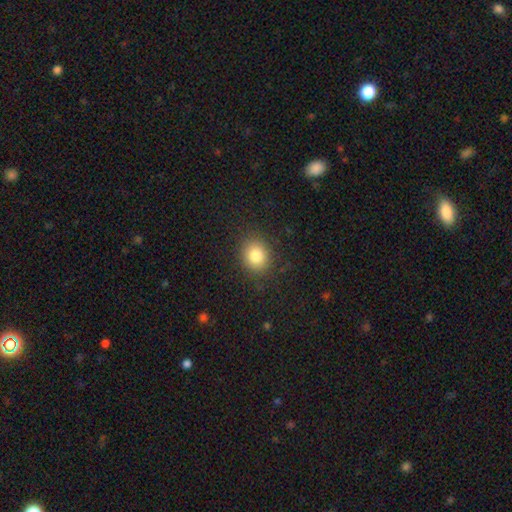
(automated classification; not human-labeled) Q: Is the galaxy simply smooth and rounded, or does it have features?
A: smooth — 82%.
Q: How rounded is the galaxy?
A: round — 72%.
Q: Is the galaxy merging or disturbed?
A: none — 87%.